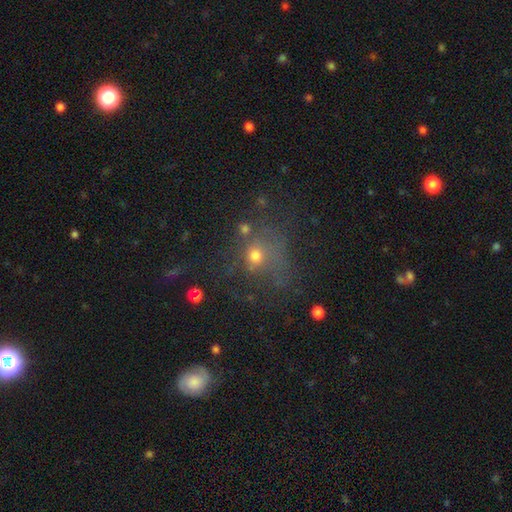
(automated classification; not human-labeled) Q: Smooth or featured?
A: smooth (54%); runner-up: star or artifact (24%)
Q: How rounded?
A: round (73%); runner-up: in between (26%)
Q: Merging?
A: none (49%); runner-up: major disturbance (24%)